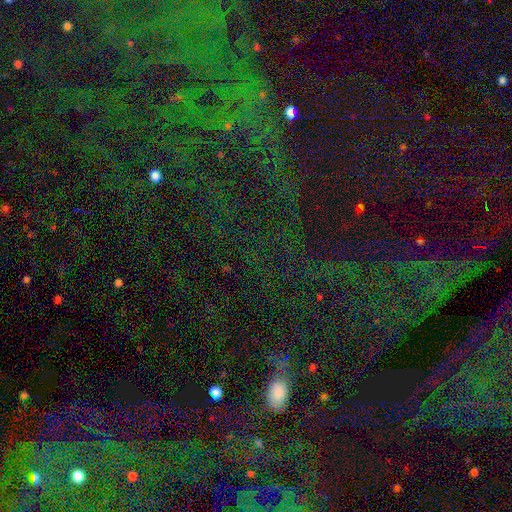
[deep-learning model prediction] Overall: star or artifact (70%).